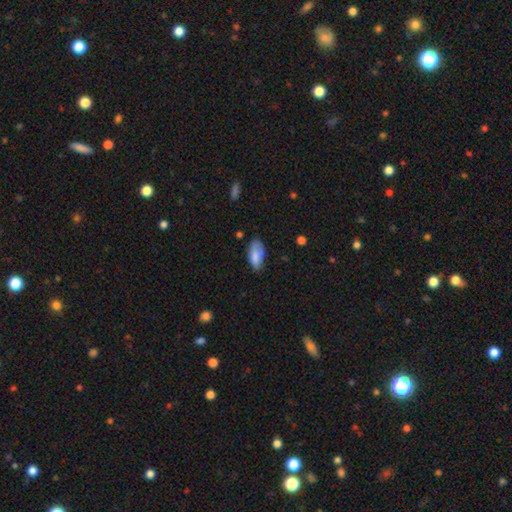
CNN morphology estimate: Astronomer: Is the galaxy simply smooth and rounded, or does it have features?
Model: smooth — 80%.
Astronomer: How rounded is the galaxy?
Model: in between — 92%.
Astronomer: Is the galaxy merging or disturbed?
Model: none — 59%.